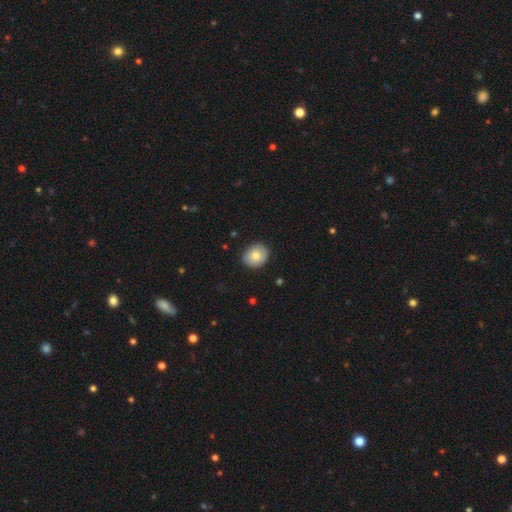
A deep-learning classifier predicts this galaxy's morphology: type=smooth (76%); roundness=round (76%); merging=none (88%).